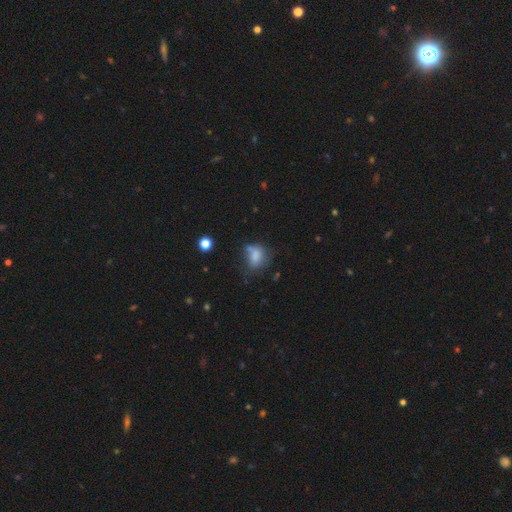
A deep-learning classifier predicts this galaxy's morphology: Smooth or featured: smooth — 74% (featured or disk — 14%)
How rounded: in between — 65% (round — 33%)
Merging: none — 41% (minor disturbance — 29%)